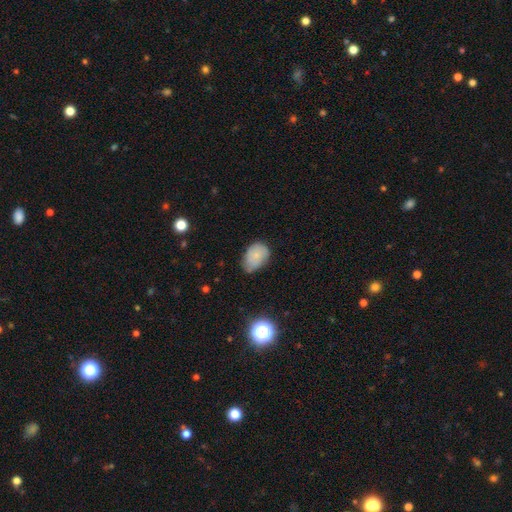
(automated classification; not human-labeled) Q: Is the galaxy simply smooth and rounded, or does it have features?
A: smooth — 75%.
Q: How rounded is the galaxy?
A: in between — 82%.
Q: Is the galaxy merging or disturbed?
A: none — 51%.